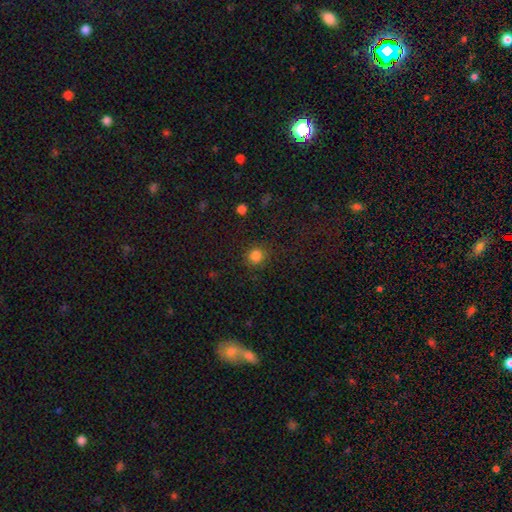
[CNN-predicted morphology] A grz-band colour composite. It shows a smooth galaxy with no disk features (83%) that is round (90%). Merging: none (87%).